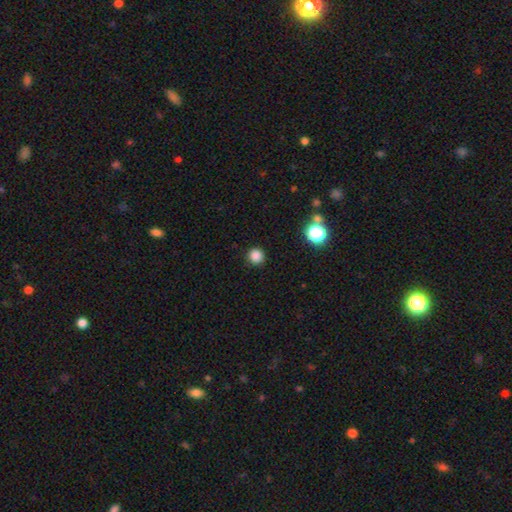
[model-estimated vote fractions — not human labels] Smooth or featured: smooth — 84% (star or artifact — 13%)
How rounded: round — 94% (in between — 5%)
Merging: none — 91% (minor disturbance — 6%)